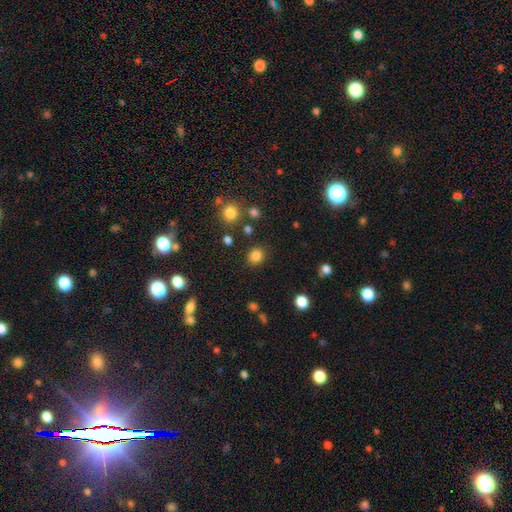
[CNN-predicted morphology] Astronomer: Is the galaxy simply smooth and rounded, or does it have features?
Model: smooth — 83%.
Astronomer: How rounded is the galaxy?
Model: round — 79%.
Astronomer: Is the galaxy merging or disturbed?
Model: none — 86%.